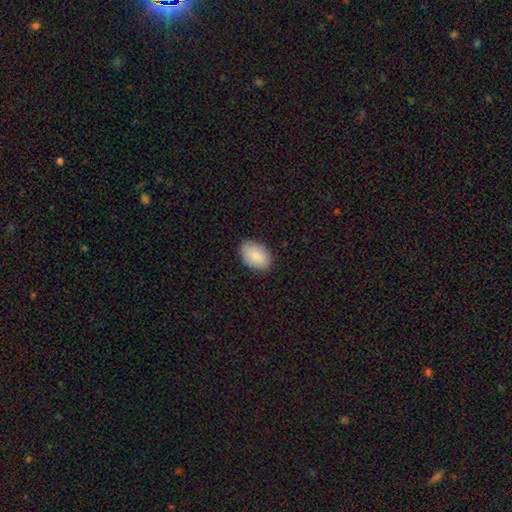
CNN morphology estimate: Overall: smooth (85%). How rounded: in between (87%). Merging: none (85%).